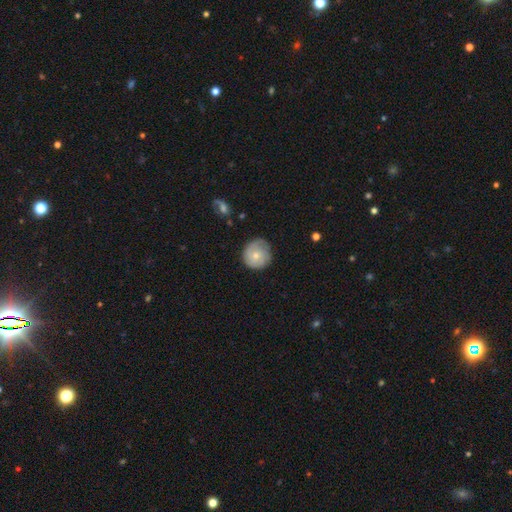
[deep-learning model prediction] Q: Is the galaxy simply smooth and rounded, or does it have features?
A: smooth — 57%.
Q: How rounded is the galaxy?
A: round — 91%.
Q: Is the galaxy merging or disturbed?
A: none — 73%.